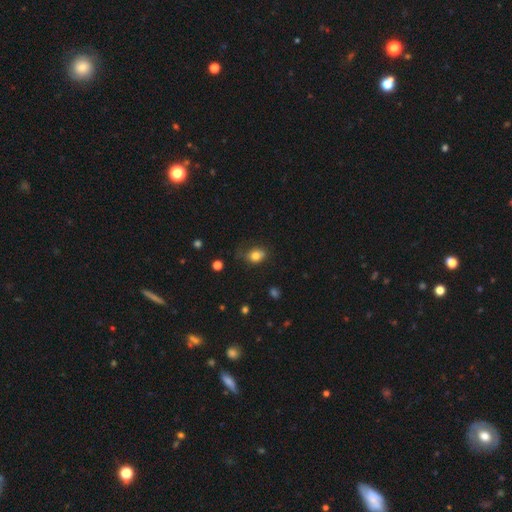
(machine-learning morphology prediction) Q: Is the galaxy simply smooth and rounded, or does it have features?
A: smooth — 79%.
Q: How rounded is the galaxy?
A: in between — 55%.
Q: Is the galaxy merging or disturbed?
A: none — 53%.